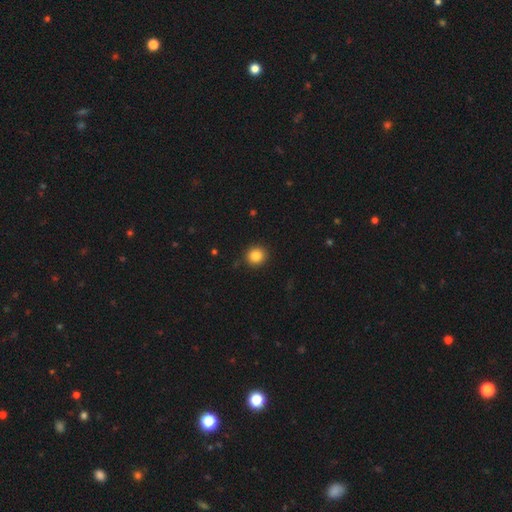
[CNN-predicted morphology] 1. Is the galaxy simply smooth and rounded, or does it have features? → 86% smooth, 10% star or artifact, 4% featured or disk.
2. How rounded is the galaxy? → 90% round, 9% in between, 1% cigar-shaped.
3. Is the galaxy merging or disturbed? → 89% none, 7% minor disturbance, 2% major disturbance, 1% merger.